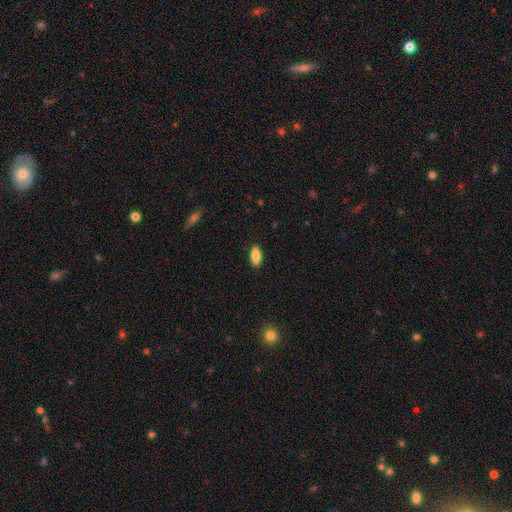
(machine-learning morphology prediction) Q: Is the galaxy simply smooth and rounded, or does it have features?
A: smooth — 82%.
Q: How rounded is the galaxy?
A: in between — 85%.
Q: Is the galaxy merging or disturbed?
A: none — 88%.